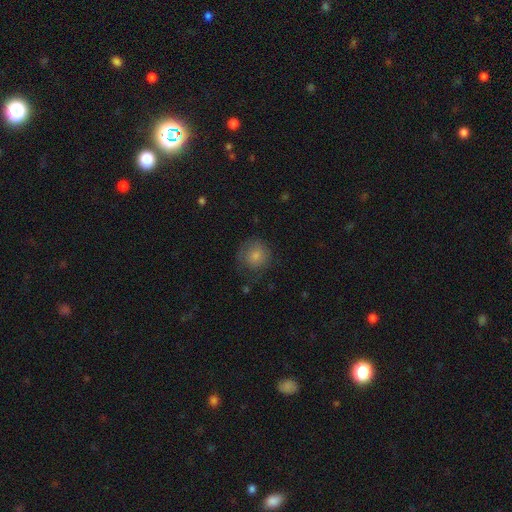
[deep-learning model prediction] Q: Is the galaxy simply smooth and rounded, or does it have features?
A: smooth — 77%.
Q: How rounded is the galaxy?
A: round — 87%.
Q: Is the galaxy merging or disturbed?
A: none — 64%.